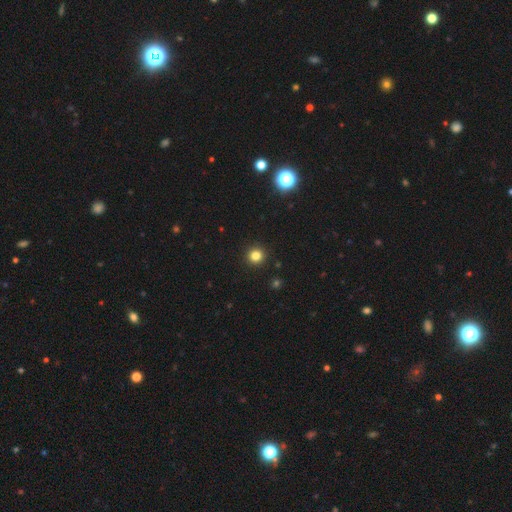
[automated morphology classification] type=smooth (81%); roundness=round (95%); merging=none (93%).